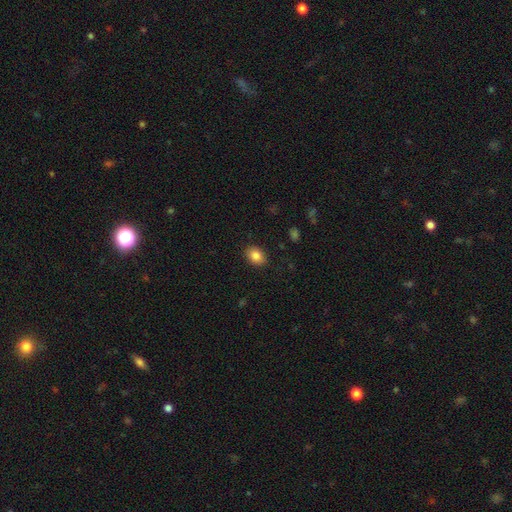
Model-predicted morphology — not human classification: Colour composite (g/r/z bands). It shows a smooth galaxy with no disk features (86%) that is in between round and cigar-shaped (69%). Merging: none (88%).